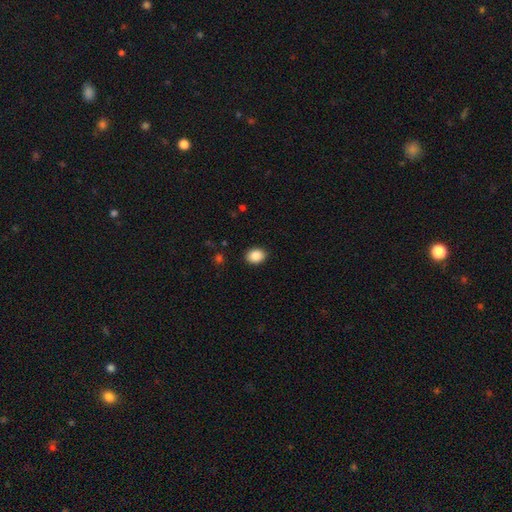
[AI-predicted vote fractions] Smooth or featured?
  - smooth: 88% *
  - star or artifact: 8%
  - featured or disk: 4%
How rounded?
  - in between: 54% *
  - round: 46%
  - cigar-shaped: 1%
Merging?
  - none: 90% *
  - minor disturbance: 7%
  - major disturbance: 2%
  - merger: 1%